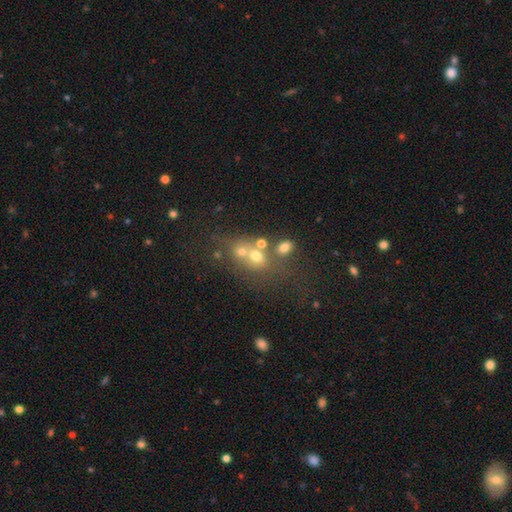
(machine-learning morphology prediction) Q: Smooth or featured?
A: smooth (54%); runner-up: featured or disk (24%)
Q: How rounded?
A: round (56%); runner-up: in between (42%)
Q: Merging?
A: merger (42%); runner-up: none (38%)